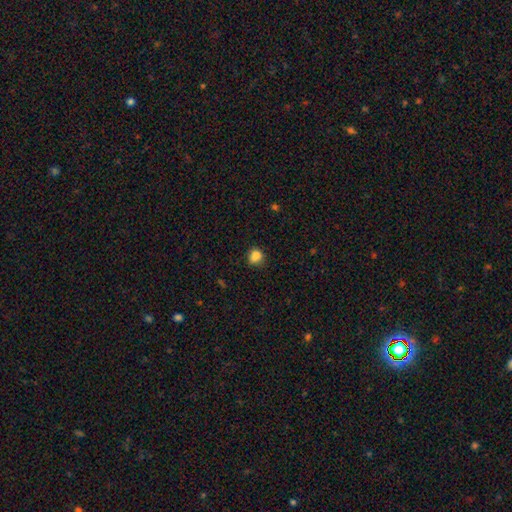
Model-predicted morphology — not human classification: smooth-or-featured: smooth: 84% | star or artifact: 11% | featured or disk: 5%
  how-rounded: round: 73% | in between: 26% | cigar-shaped: 1%
  merging: none: 73% | minor disturbance: 20% | major disturbance: 4% | merger: 2%